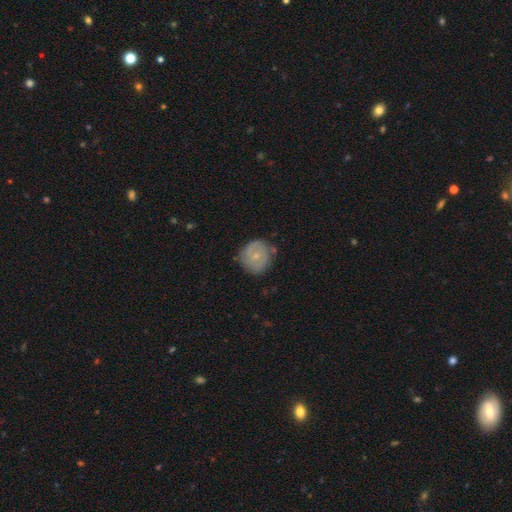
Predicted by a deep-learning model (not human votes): smooth_or_featured: featured or disk (p=0.55) [alt: smooth p=0.39]
disk_edge_on: no (p=0.98) [alt: yes p=0.02]
bar: no (p=0.67) [alt: weak p=0.29]
has_spiral_arms: yes (p=0.82) [alt: no p=0.18]
bulge_size: small (p=0.66) [alt: moderate p=0.27]
merging: none (p=0.75) [alt: minor disturbance p=0.18]